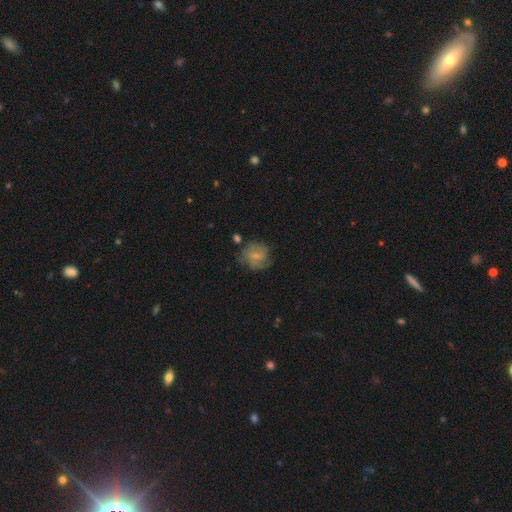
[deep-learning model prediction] Smooth or featured? Predicted: smooth (p=0.51). How rounded? Predicted: round (p=0.76). Merging? Predicted: none (p=0.58).